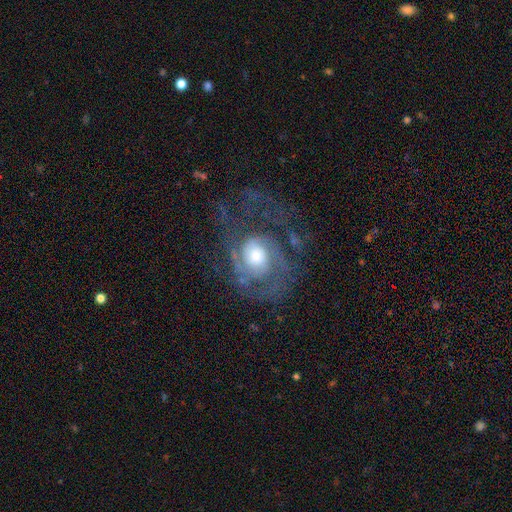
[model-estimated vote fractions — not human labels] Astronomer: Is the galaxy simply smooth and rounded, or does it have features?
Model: featured or disk — 83%.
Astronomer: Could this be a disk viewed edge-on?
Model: no — 98%.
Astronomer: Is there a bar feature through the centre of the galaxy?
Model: no — 71%.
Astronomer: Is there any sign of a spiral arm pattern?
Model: yes — 93%.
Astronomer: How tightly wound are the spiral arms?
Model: tight — 45% (runner-up: medium, 39%).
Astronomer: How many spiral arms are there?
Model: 2 — 43% (runner-up: can't tell, 21%).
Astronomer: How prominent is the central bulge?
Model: moderate — 55%.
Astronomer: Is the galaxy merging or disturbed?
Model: none — 44% (runner-up: major disturbance, 36%).